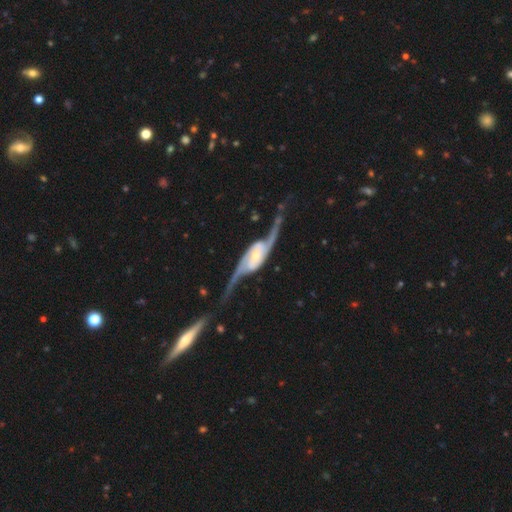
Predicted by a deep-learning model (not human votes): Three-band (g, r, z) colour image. It shows a featured or disk galaxy (91%) with no bar (38%), 2 (94%) loose (75%) spiral arms (97%) and a small central bulge (54%). Merging: none (59%).